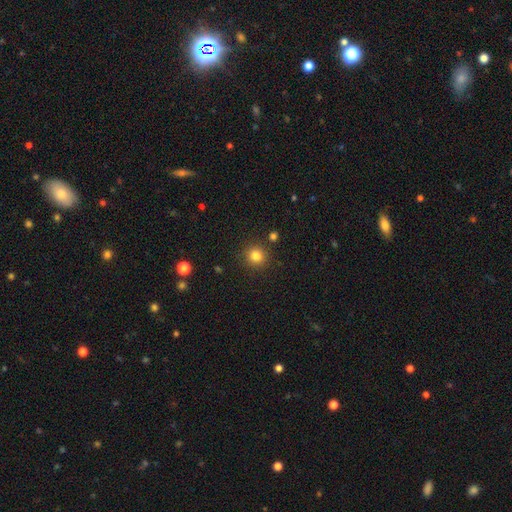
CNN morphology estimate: smooth-or-featured: smooth: 83% | star or artifact: 12% | featured or disk: 5%
  how-rounded: round: 90% | in between: 9% | cigar-shaped: 1%
  merging: none: 88% | minor disturbance: 7% | merger: 3% | major disturbance: 2%